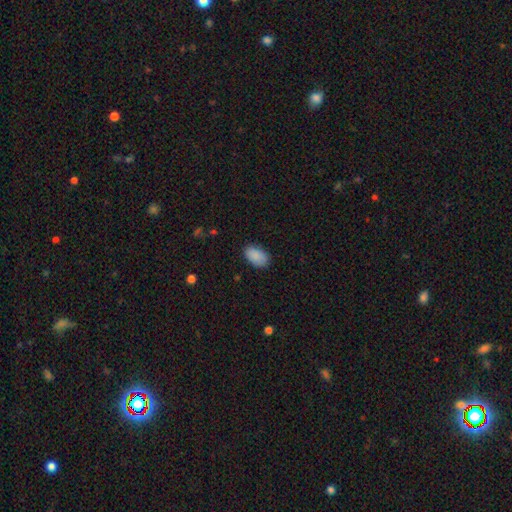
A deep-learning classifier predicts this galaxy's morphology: Q: Smooth or featured?
A: smooth (90%); runner-up: star or artifact (7%)
Q: How rounded?
A: in between (93%); runner-up: round (5%)
Q: Merging?
A: none (85%); runner-up: minor disturbance (12%)